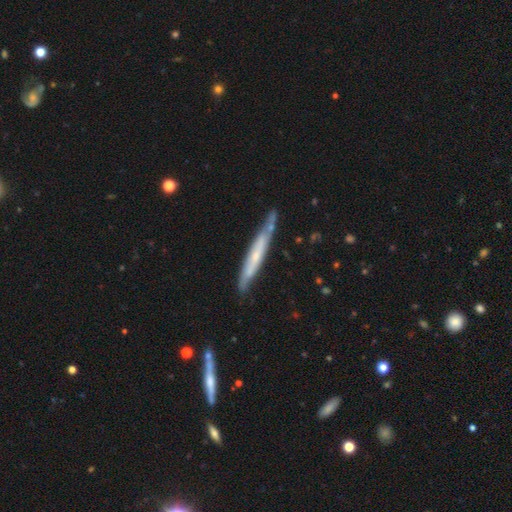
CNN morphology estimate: The model was most divided on "smooth or featured": featured or disk: 58%, smooth: 36%, star or artifact: 6%. More confident: edge-on disk — yes (82%); merging — none (72%).